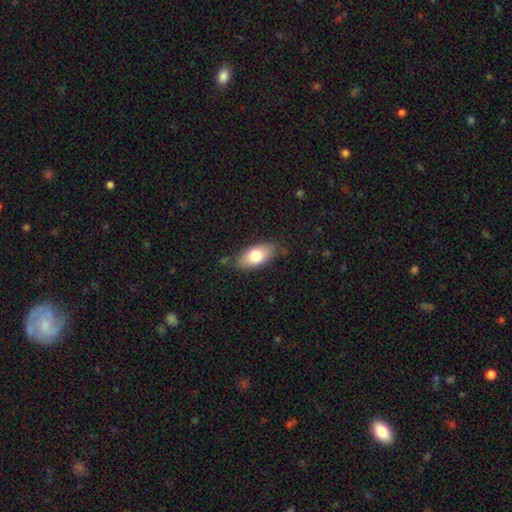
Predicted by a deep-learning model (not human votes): Q: Smooth or featured?
A: smooth (75%); runner-up: featured or disk (18%)
Q: How rounded?
A: in between (88%); runner-up: cigar-shaped (8%)
Q: Merging?
A: none (81%); runner-up: minor disturbance (15%)